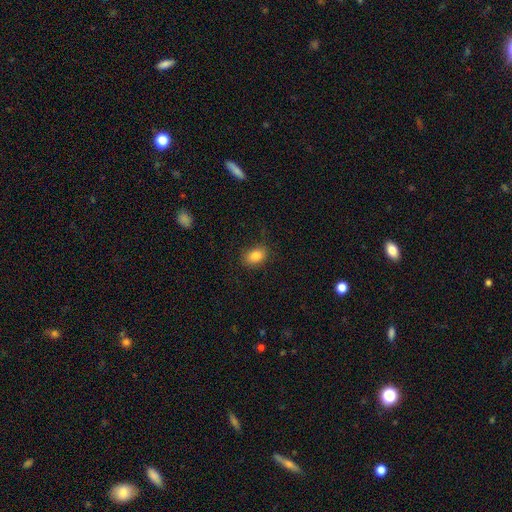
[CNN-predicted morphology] smooth_or_featured: smooth (p=0.85) [alt: star or artifact p=0.09]
how_rounded: in between (p=0.76) [alt: round p=0.22]
merging: none (p=0.83) [alt: minor disturbance p=0.13]